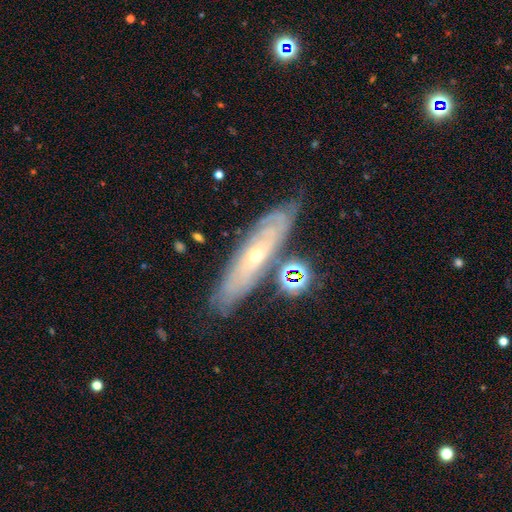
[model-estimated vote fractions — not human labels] featured or disk 73%, smooth 17%, star or artifact 9%. Down the decision tree: edge-on disk — no (67%); merging — none (76%).